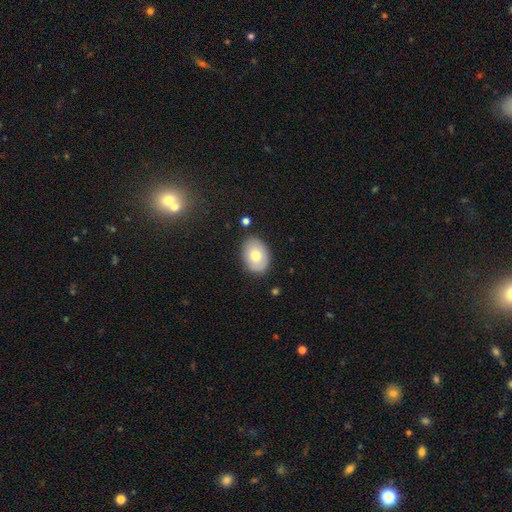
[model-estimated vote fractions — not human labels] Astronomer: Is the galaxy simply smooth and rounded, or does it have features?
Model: smooth — 74%.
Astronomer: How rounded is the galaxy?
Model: in between — 80%.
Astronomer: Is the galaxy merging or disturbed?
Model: none — 85%.